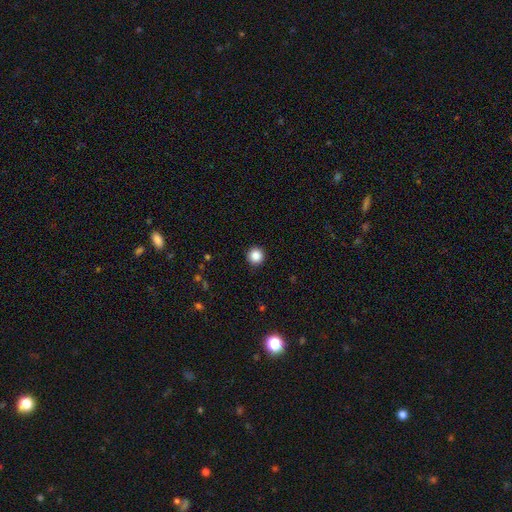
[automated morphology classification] This appears to be a smooth galaxy with no disk features (86%) that is round (96%). Merging: none (93%).